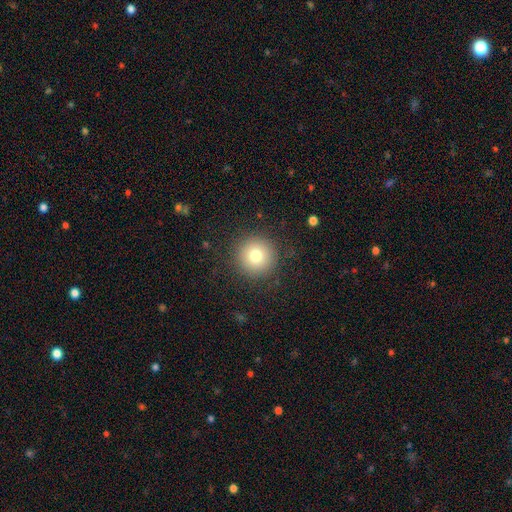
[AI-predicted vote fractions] This appears to be a smooth galaxy with no disk features (77%) that is round (96%). Merging: none (90%).